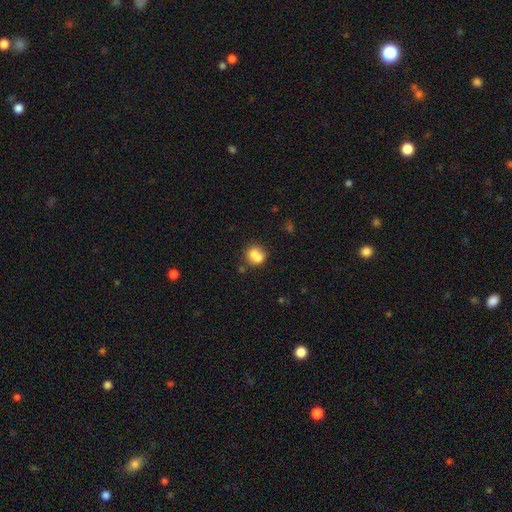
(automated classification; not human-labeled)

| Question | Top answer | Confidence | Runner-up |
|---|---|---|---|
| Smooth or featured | smooth | 70% | featured or disk (20%) |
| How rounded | round | 73% | in between (26%) |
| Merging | merger | 52% | none (34%) |